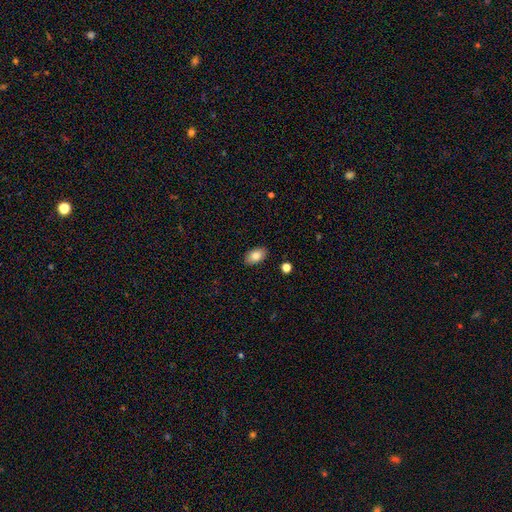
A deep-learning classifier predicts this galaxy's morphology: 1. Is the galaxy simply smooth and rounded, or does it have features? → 82% smooth, 11% featured or disk, 7% star or artifact.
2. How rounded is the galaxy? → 92% in between, 7% round, 1% cigar-shaped.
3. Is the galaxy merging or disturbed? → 88% none, 9% minor disturbance, 2% major disturbance, 1% merger.